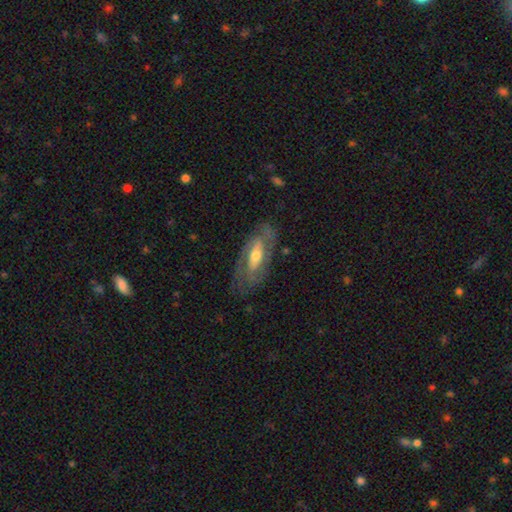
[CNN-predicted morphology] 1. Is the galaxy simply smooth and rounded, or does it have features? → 70% featured or disk, 24% smooth, 5% star or artifact.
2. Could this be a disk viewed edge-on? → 84% no, 16% yes.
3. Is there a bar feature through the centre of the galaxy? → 44% no, 33% weak, 23% strong.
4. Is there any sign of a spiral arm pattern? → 72% yes, 28% no.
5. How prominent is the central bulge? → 65% moderate, 21% small, 12% large, 1% none, 1% dominant.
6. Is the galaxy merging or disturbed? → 72% none, 18% minor disturbance, 9% major disturbance, 1% merger.